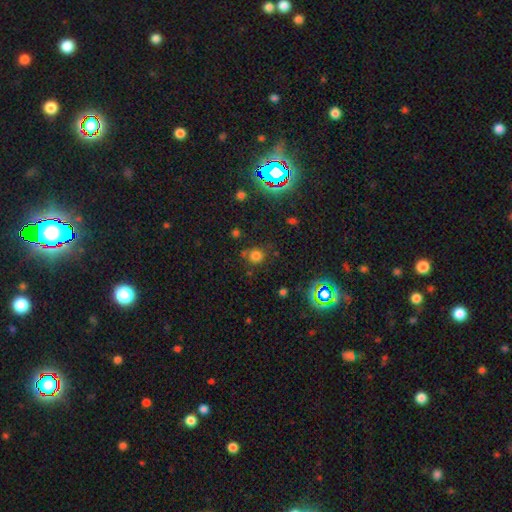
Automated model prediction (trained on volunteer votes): Smooth or featured?
  - smooth: 72% *
  - star or artifact: 22%
  - featured or disk: 6%
How rounded?
  - round: 87% *
  - in between: 12%
  - cigar-shaped: 1%
Merging?
  - none: 74% *
  - minor disturbance: 13%
  - merger: 7%
  - major disturbance: 5%